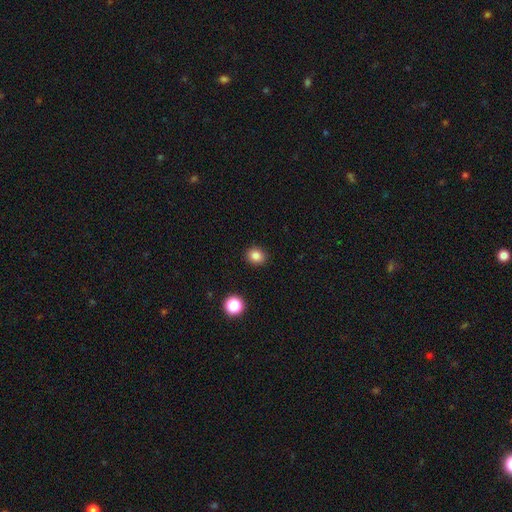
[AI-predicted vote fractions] A smooth galaxy with no disk features (84%) that is round (73%).

Vote fractions:
- Smooth or featured? smooth: 84% / star or artifact: 12% / featured or disk: 4%
- How rounded? round: 73% / in between: 26% / cigar-shaped: 1%
- Merging? none: 91% / minor disturbance: 6% / major disturbance: 2% / merger: 1%